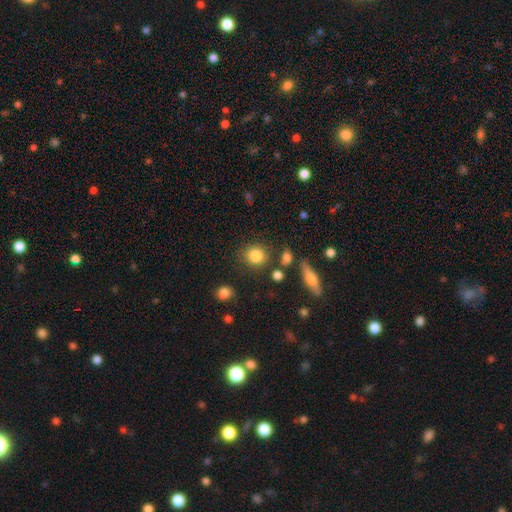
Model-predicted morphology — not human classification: smooth 83%, star or artifact 10%, featured or disk 8%. Down the decision tree: how rounded — round (81%); merging — none (81%).